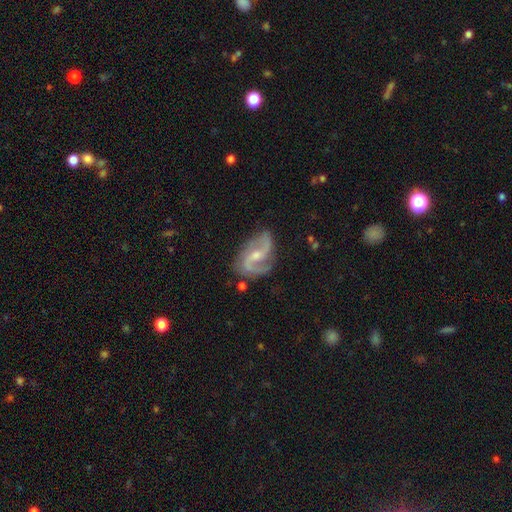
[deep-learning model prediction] Smooth or featured?
  - featured or disk: 89% *
  - smooth: 6%
  - star or artifact: 5%
Edge-on disk?
  - no: 98% *
  - yes: 2%
Bar?
  - weak: 49% *
  - no: 35%
  - strong: 17%
Spiral arms?
  - yes: 97% *
  - no: 3%
Spiral winding?
  - medium: 48% *
  - loose: 40%
  - tight: 12%
Spiral arm count?
  - 2: 90% *
  - can't tell: 3%
  - 1: 3%
  - 3: 2%
  - 4: 1%
  - more than 4: 1%
Bulge size?
  - moderate: 48% *
  - small: 44%
  - none: 5%
  - large: 2%
  - dominant: 1%
Merging?
  - none: 69% *
  - minor disturbance: 20%
  - major disturbance: 8%
  - merger: 3%